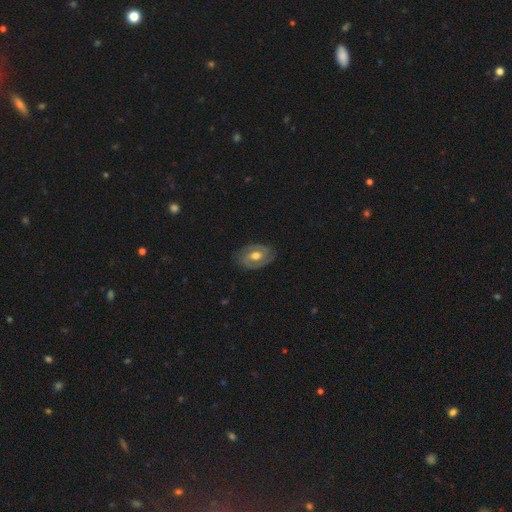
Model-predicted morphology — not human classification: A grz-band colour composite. It shows a featured or disk galaxy (76%) with no bar (48%), 2 (83%) tight (50%) spiral arms (84%) and a moderate central bulge (72%). Merging: none (80%).